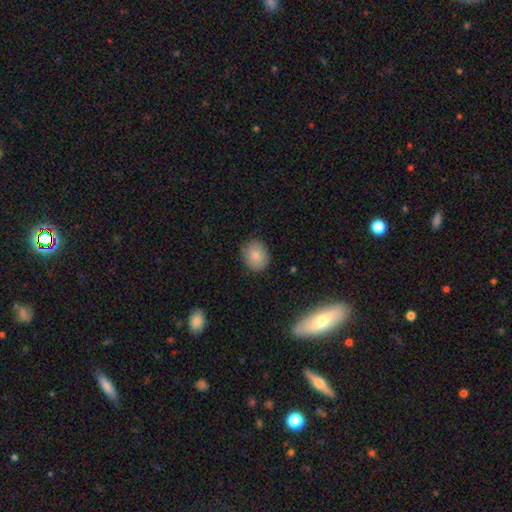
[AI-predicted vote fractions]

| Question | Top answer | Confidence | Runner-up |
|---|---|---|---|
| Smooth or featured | smooth | 85% | star or artifact (8%) |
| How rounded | round | 67% | in between (32%) |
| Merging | none | 85% | minor disturbance (11%) |